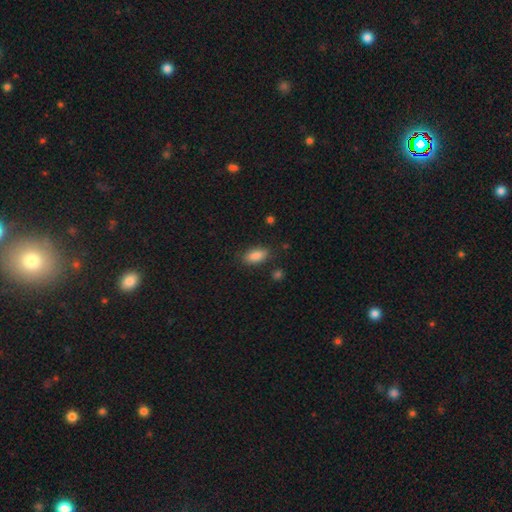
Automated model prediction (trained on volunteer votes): Morphology: type=smooth (87%); roundness=in between (88%); merging=none (83%).